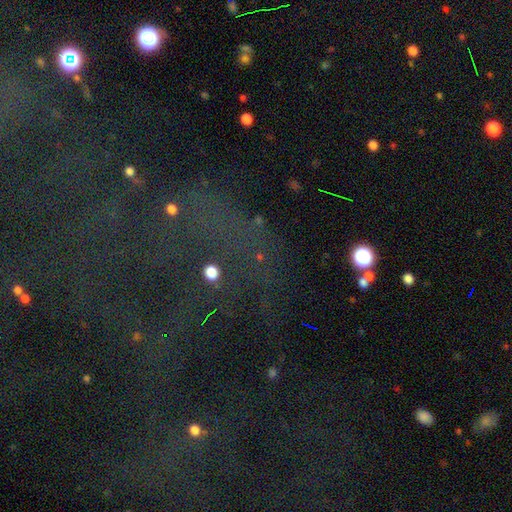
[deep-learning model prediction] Q: Smooth or featured?
A: star or artifact (76%); runner-up: smooth (13%)